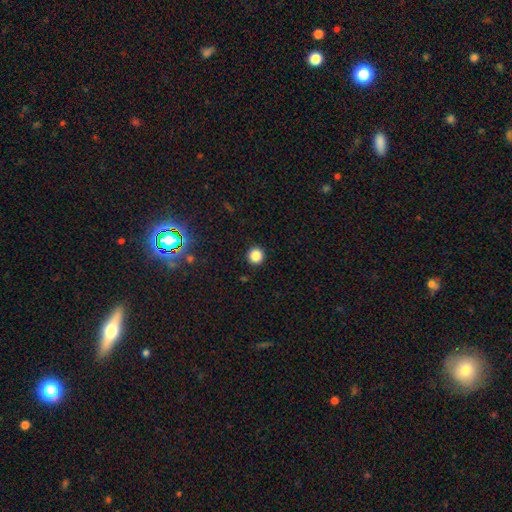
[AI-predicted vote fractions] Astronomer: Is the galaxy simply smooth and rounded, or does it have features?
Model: smooth — 85%.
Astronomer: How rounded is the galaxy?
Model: round — 95%.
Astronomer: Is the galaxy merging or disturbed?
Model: none — 92%.